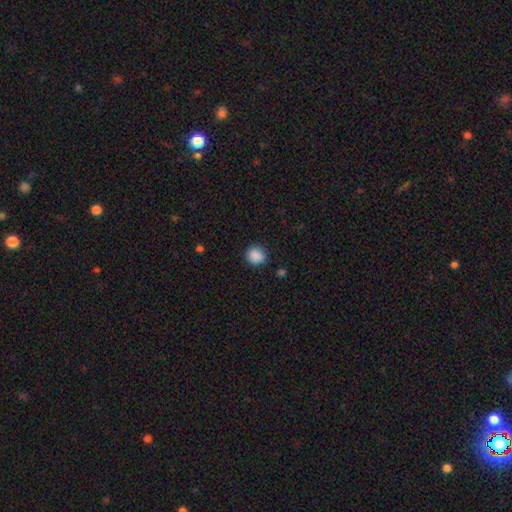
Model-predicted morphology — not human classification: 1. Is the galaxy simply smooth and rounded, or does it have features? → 89% smooth, 9% star or artifact, 3% featured or disk.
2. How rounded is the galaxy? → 81% round, 18% in between, 1% cigar-shaped.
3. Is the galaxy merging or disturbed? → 88% none, 8% minor disturbance, 3% major disturbance, 1% merger.